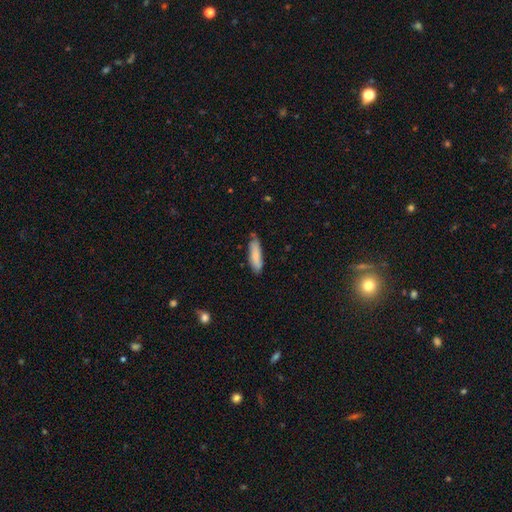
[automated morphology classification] The model was most divided on "how rounded": cigar-shaped: 67%, in between: 31%, round: 1%. More confident: smooth or featured — smooth (81%); merging — none (72%).